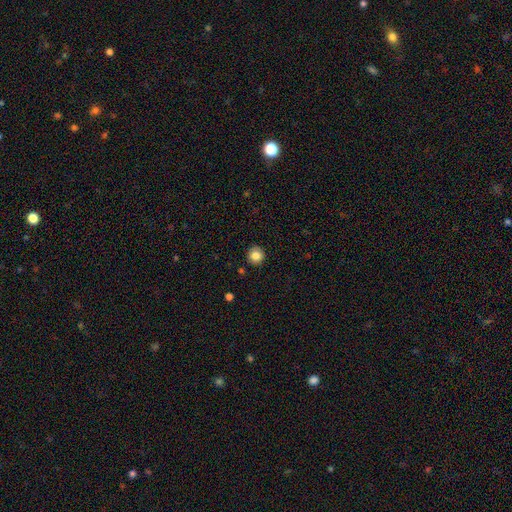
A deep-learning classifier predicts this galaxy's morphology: Overall: smooth (84%). How rounded: round (93%). Merging: none (90%).